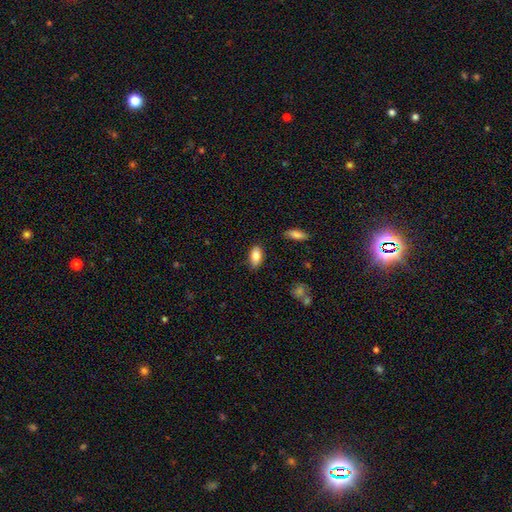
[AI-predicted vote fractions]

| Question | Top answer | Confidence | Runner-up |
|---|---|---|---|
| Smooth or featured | smooth | 83% | featured or disk (9%) |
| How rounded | in between | 91% | cigar-shaped (5%) |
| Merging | none | 82% | minor disturbance (14%) |